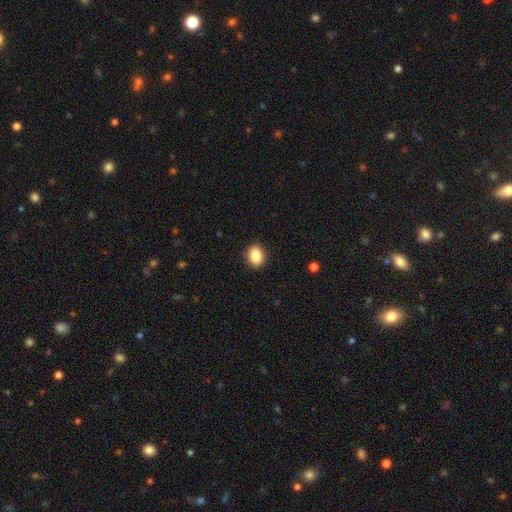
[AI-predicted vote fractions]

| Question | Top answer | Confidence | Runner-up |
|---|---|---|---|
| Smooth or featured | smooth | 87% | star or artifact (9%) |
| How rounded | in between | 62% | round (37%) |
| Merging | none | 89% | minor disturbance (8%) |